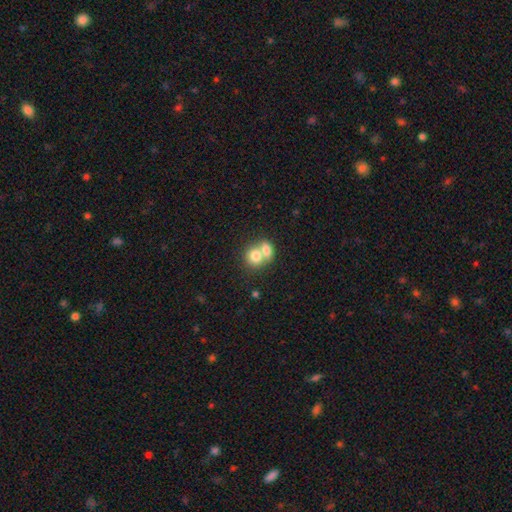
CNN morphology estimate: This appears to be a smooth galaxy with no disk features (75%) that is round (66%). Merging: merger (68%).